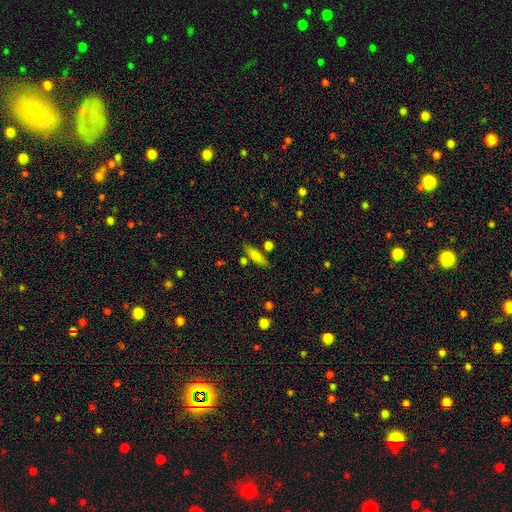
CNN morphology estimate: type=smooth (74%); roundness=cigar-shaped (72%); merging=none (76%).